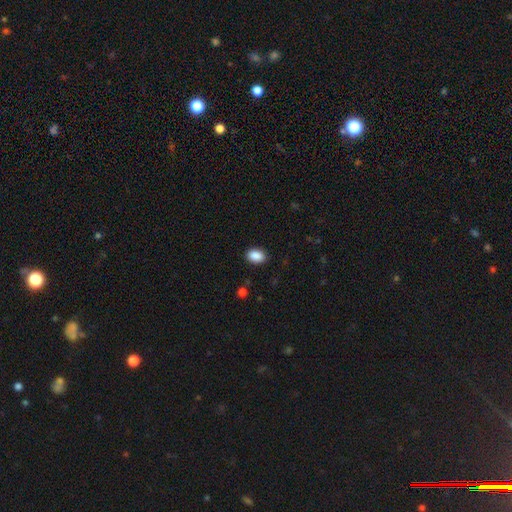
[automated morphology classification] Smooth or featured?
  - smooth: 90% *
  - star or artifact: 7%
  - featured or disk: 3%
How rounded?
  - in between: 84% *
  - round: 15%
  - cigar-shaped: 1%
Merging?
  - none: 89% *
  - minor disturbance: 8%
  - major disturbance: 2%
  - merger: 1%